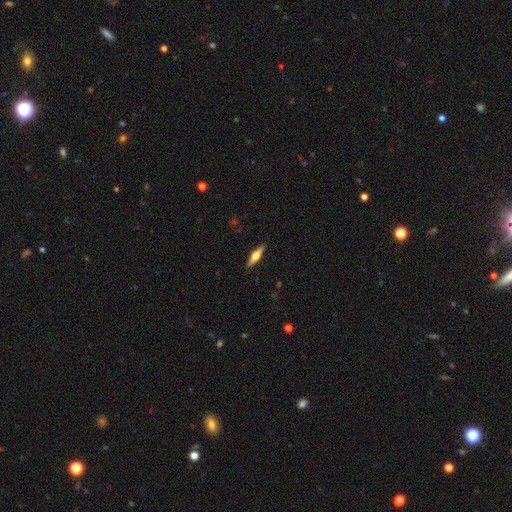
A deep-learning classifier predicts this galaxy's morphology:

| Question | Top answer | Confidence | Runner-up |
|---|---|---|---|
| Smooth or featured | featured or disk | 58% | smooth (36%) |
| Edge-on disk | yes | 95% | no (5%) |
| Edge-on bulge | rounded | 94% | boxy (4%) |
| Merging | none | 90% | minor disturbance (7%) |